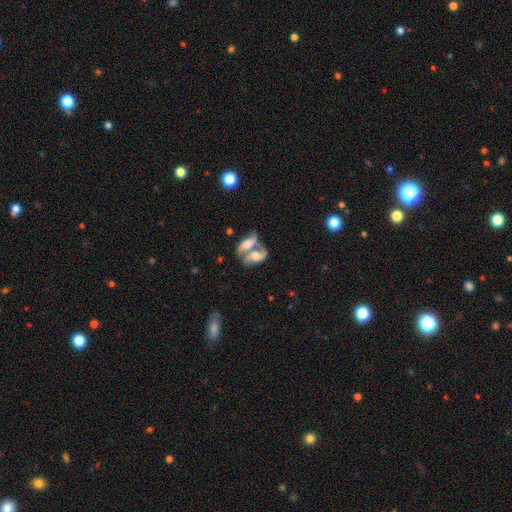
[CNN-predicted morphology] A featured or disk galaxy (60%) with no bar (62%), spiral arms (73%) and a moderate central bulge (42%).

Vote fractions:
- Smooth or featured? featured or disk: 60% / smooth: 31% / star or artifact: 9%
- Edge-on disk? no: 93% / yes: 7%
- Bar? no: 62% / weak: 27% / strong: 10%
- Spiral arms? yes: 73% / no: 27%
- Bulge size? moderate: 42% / large: 27% / small: 16% / none: 11% / dominant: 4%
- Merging? merger: 73% / none: 13% / major disturbance: 8% / minor disturbance: 6%